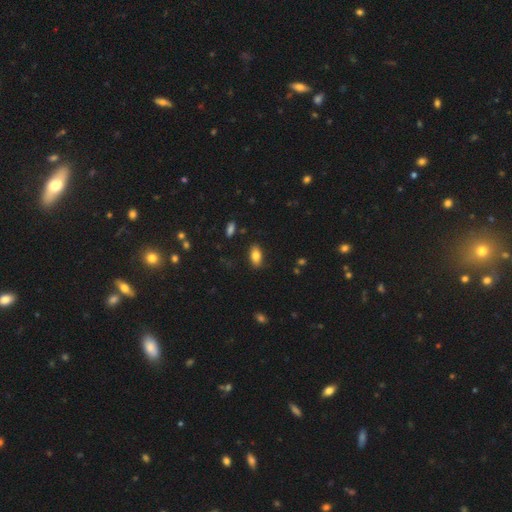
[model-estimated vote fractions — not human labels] A smooth galaxy with no disk features (81%) that is in between round and cigar-shaped (89%). Merging: none (86%).